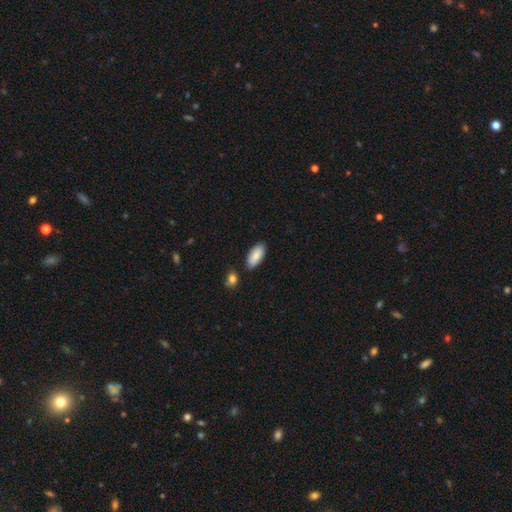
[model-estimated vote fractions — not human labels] A smooth galaxy with no disk features (88%) that is in between round and cigar-shaped (89%).

Vote fractions:
- Smooth or featured? smooth: 88% / star or artifact: 6% / featured or disk: 6%
- How rounded? in between: 89% / cigar-shaped: 9% / round: 2%
- Merging? none: 85% / minor disturbance: 10% / merger: 4% / major disturbance: 2%